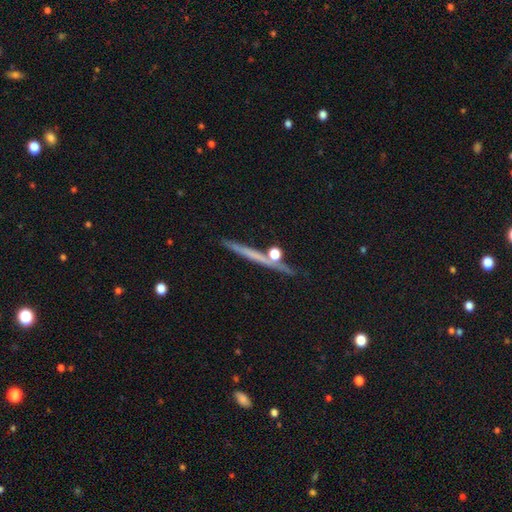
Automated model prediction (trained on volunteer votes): smooth_or_featured: featured or disk (p=0.56) [alt: smooth p=0.34]
disk_edge_on: yes (p=0.96) [alt: no p=0.04]
edge_on_bulge: none (p=0.74) [alt: rounded p=0.20]
merging: none (p=0.82) [alt: minor disturbance p=0.09]